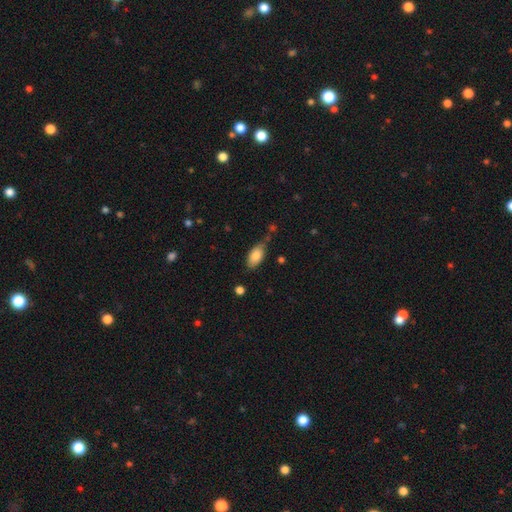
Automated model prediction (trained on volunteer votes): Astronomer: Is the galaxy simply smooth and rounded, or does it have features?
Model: smooth — 83%.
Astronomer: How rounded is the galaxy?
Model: in between — 91%.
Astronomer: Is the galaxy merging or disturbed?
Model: none — 61%.